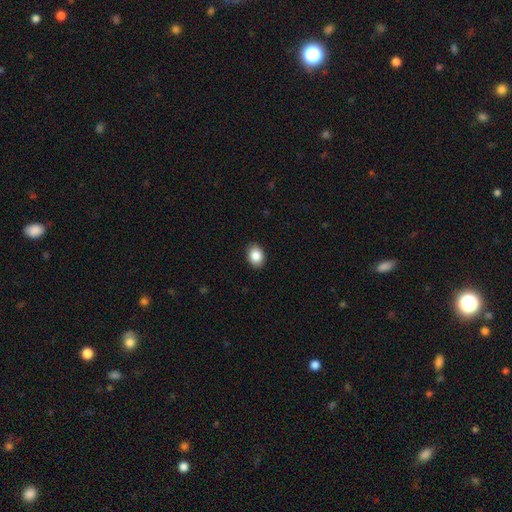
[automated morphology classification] The model was most divided on "how rounded": in between: 62%, round: 37%, cigar-shaped: 1%. More confident: merging — none (90%); smooth or featured — smooth (86%).